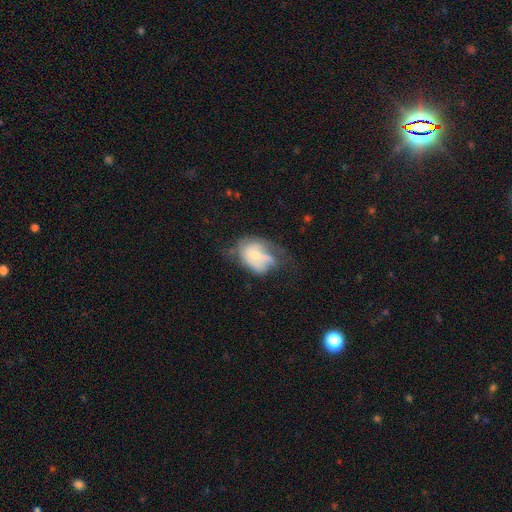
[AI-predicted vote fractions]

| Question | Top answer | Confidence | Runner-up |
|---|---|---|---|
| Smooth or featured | featured or disk | 48% | smooth (44%) |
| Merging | major disturbance | 35% | minor disturbance (27%) |